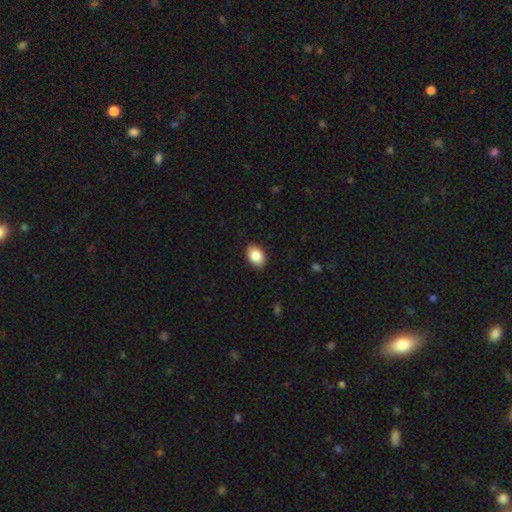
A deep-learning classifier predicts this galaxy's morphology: This is clearly a smooth galaxy (87%). How rounded: clearly in between (83%). Merging: clearly none (88%).